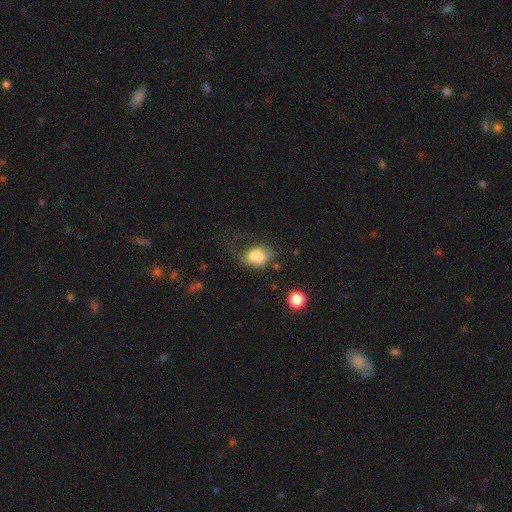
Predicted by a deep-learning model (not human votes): This is likely a smooth galaxy (68%). How rounded: likely in between (61%). Merging: marginally major disturbance (41%).